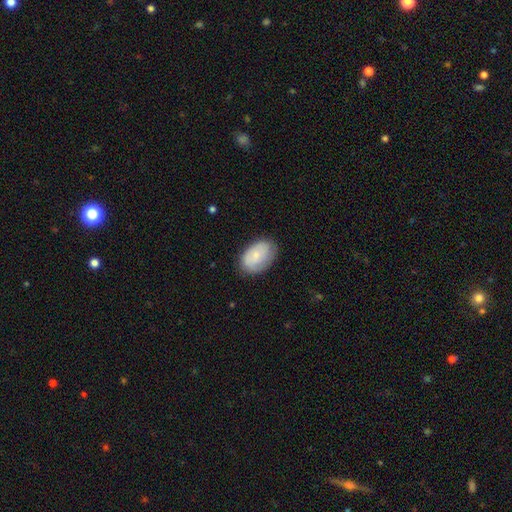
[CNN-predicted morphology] smooth_or_featured: smooth (p=0.66) [alt: featured or disk p=0.27]
how_rounded: in between (p=0.89) [alt: round p=0.09]
merging: none (p=0.76) [alt: minor disturbance p=0.18]